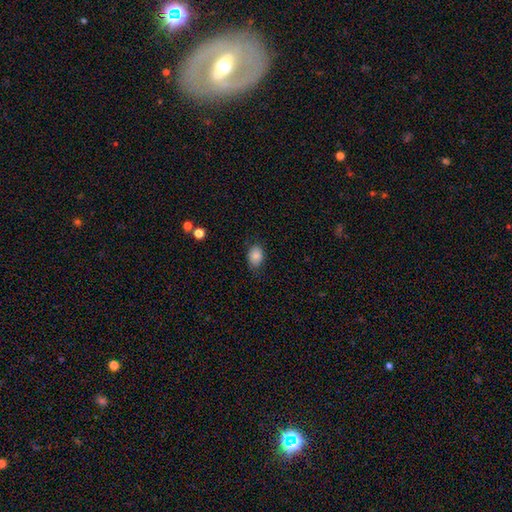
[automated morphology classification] Smooth or featured? smooth (84%)
How rounded? in between (72%)
Merging? none (74%)